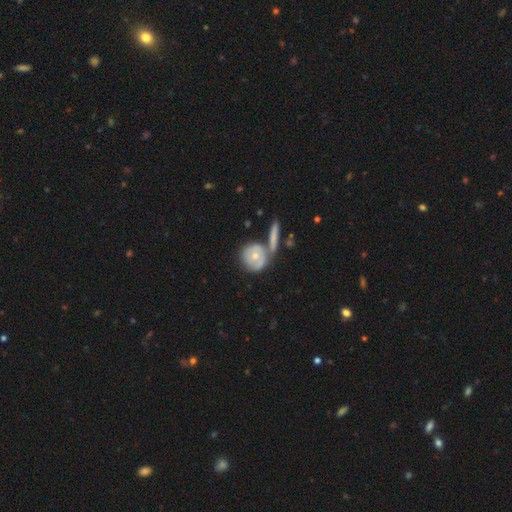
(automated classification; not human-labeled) Overall: smooth (51%; featured or disk 42%). How rounded: round (86%). Merging: none (55%; merger 25%).